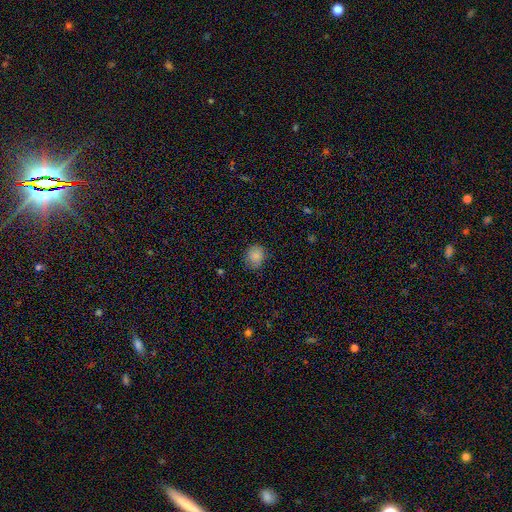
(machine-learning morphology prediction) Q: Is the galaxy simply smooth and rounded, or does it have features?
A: smooth — 85%.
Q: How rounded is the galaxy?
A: round — 78%.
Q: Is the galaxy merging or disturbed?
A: none — 81%.